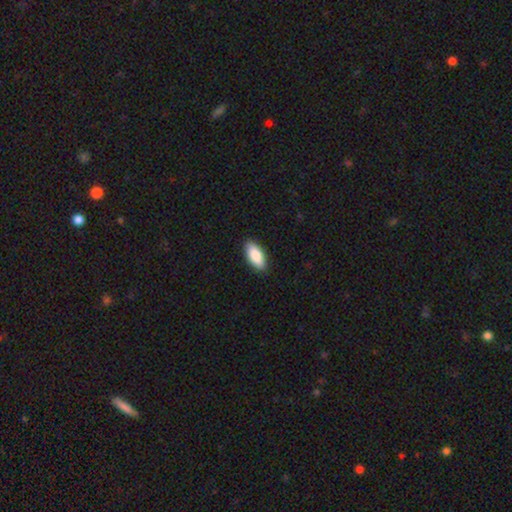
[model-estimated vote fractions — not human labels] A smooth galaxy with no disk features (86%) that is in between round and cigar-shaped (86%).

Vote fractions:
- Smooth or featured? smooth: 86% / featured or disk: 9% / star or artifact: 6%
- How rounded? in between: 86% / cigar-shaped: 12% / round: 2%
- Merging? none: 90% / minor disturbance: 8% / major disturbance: 2% / merger: 1%